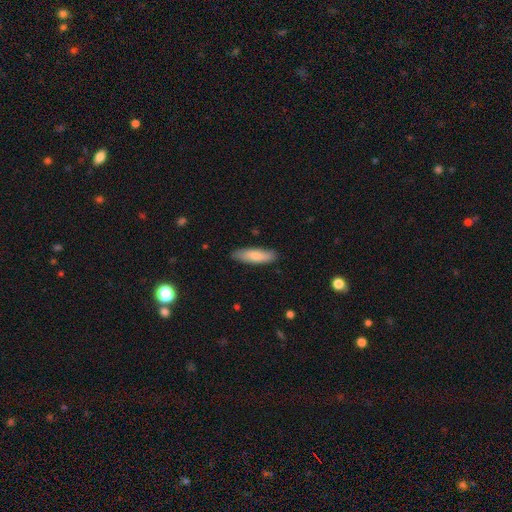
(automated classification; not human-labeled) Overall: smooth (77%). How rounded: cigar-shaped (53%; in between 45%). Merging: none (85%).